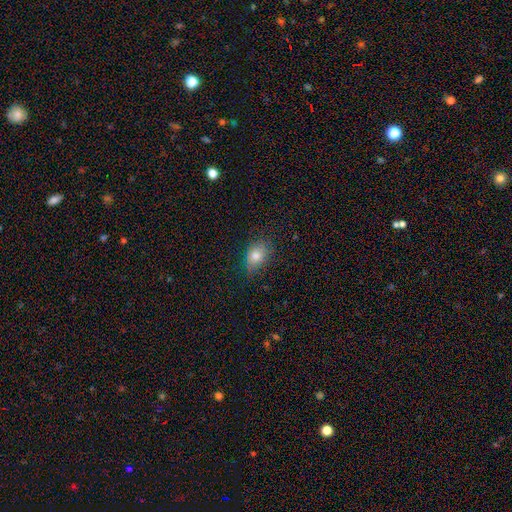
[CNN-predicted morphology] Smooth or featured: smooth — 79% (star or artifact — 11%)
How rounded: in between — 70% (round — 29%)
Merging: none — 76% (minor disturbance — 19%)